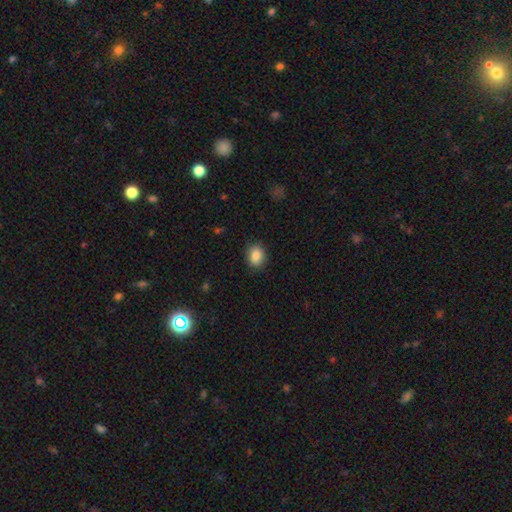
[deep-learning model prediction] This appears to be a smooth galaxy with no disk features (87%) that is in between round and cigar-shaped (51%). Merging: none (86%).